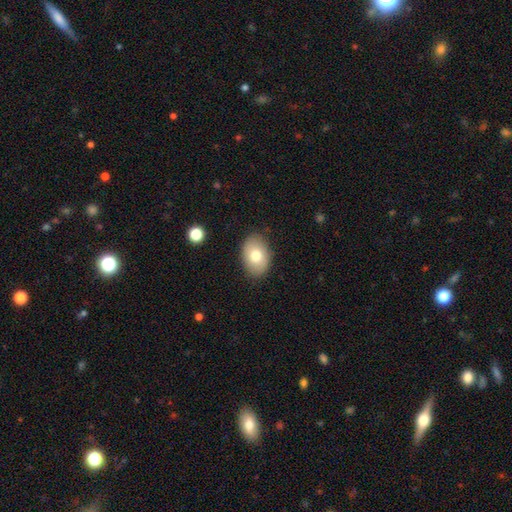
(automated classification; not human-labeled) Q: Smooth or featured?
A: smooth (76%); runner-up: featured or disk (16%)
Q: How rounded?
A: in between (83%); runner-up: round (16%)
Q: Merging?
A: none (85%); runner-up: minor disturbance (11%)